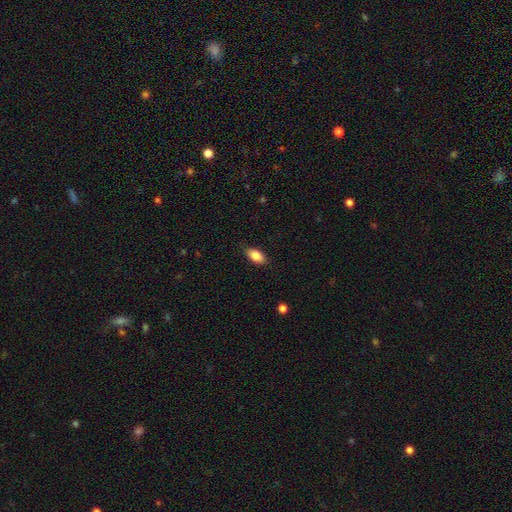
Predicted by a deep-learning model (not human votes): Smooth or featured: smooth — 85% (featured or disk — 8%)
How rounded: in between — 90% (cigar-shaped — 6%)
Merging: none — 84% (minor disturbance — 12%)